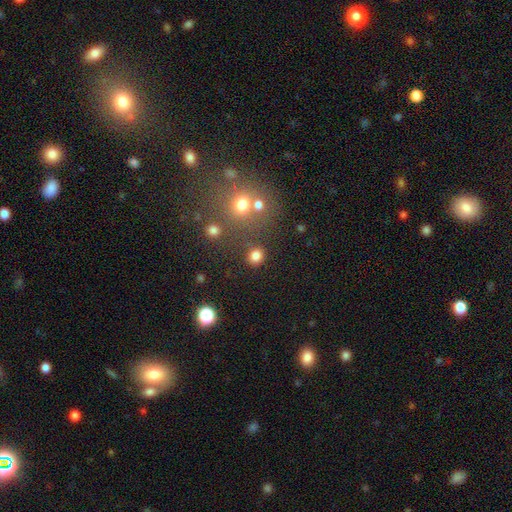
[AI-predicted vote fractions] Morphology: type=smooth (80%); roundness=round (79%); merging=none (82%).